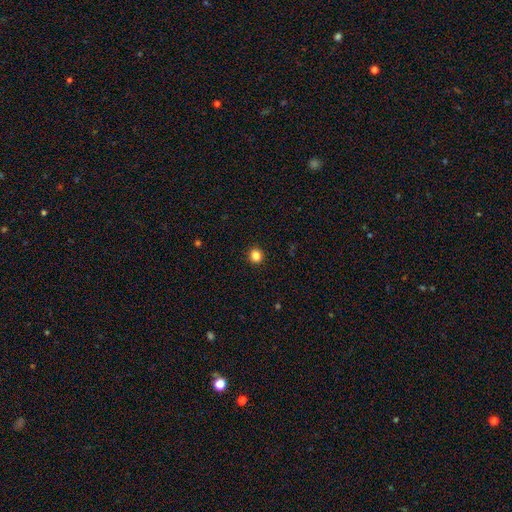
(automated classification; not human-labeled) smooth 84%, star or artifact 12%, featured or disk 4%. Down the decision tree: how rounded — round (91%); merging — none (93%).